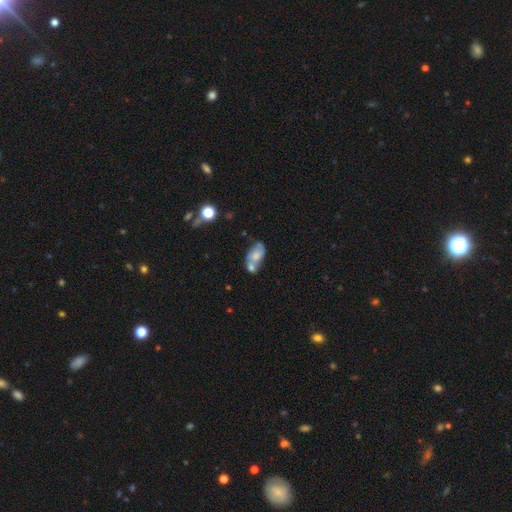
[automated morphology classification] Smooth or featured? Predicted: smooth (p=0.51). How rounded? Predicted: in between (p=0.88). Merging? Predicted: merger (p=0.38).